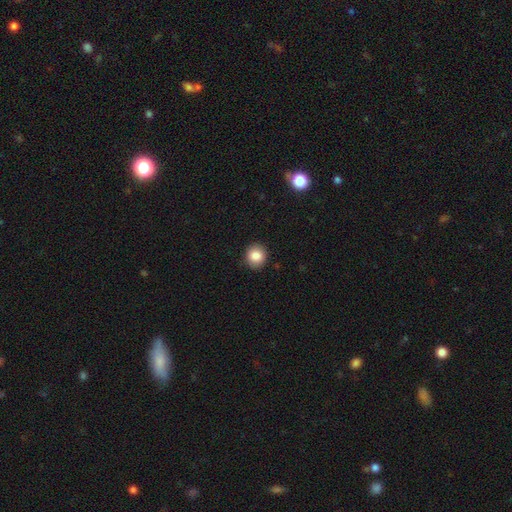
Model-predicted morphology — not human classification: A smooth galaxy with no disk features (85%) that is round (88%).

Vote fractions:
- Smooth or featured? smooth: 85% / star or artifact: 9% / featured or disk: 6%
- How rounded? round: 88% / in between: 11% / cigar-shaped: 1%
- Merging? none: 91% / minor disturbance: 6% / major disturbance: 2% / merger: 1%